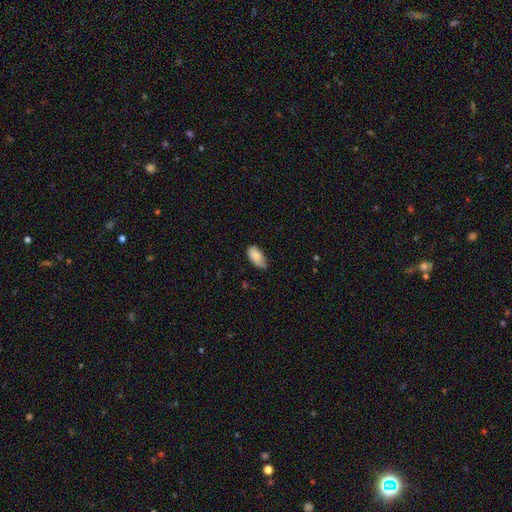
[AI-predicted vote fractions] smooth_or_featured: smooth (p=0.83) [alt: featured or disk p=0.10]
how_rounded: in between (p=0.94) [alt: cigar-shaped p=0.03]
merging: none (p=0.59) [alt: minor disturbance p=0.34]